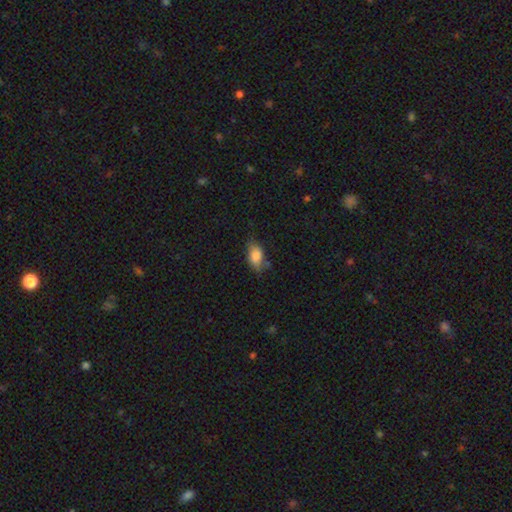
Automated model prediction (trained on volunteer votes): A smooth galaxy with no disk features (82%) that is in between round and cigar-shaped (87%).

Vote fractions:
- Smooth or featured? smooth: 82% / featured or disk: 10% / star or artifact: 8%
- How rounded? in between: 87% / round: 10% / cigar-shaped: 3%
- Merging? none: 59% / minor disturbance: 29% / major disturbance: 8% / merger: 4%